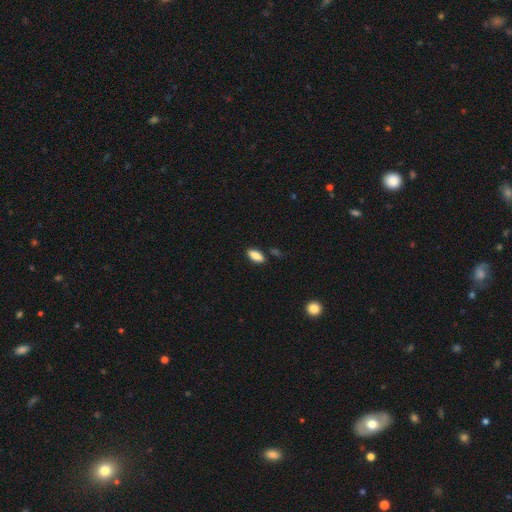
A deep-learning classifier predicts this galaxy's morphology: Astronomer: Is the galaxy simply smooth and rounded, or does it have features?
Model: smooth — 86%.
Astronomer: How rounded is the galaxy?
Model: in between — 81%.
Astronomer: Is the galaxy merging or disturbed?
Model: none — 84%.